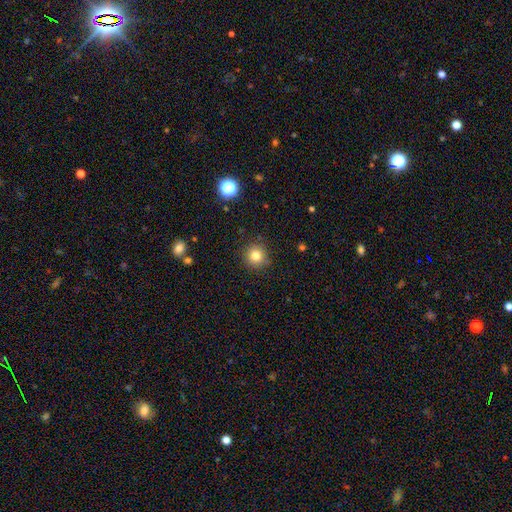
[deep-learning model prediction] smooth-or-featured: smooth: 82% | star or artifact: 12% | featured or disk: 6%
  how-rounded: round: 93% | in between: 6% | cigar-shaped: 1%
  merging: none: 87% | minor disturbance: 9% | major disturbance: 3% | merger: 1%